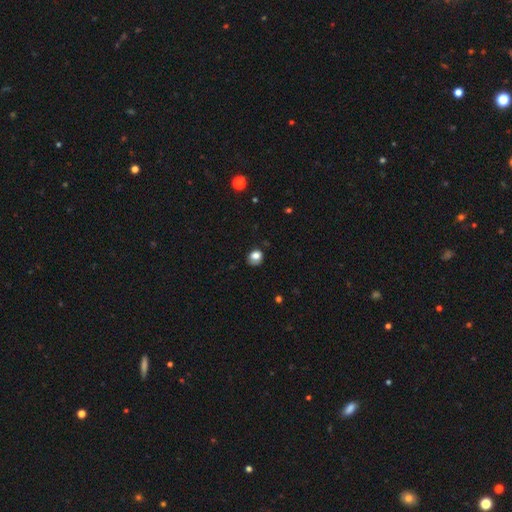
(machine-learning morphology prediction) The model was most divided on "how rounded": round: 62%, in between: 37%, cigar-shaped: 1%. More confident: smooth or featured — smooth (79%); merging — none (64%).